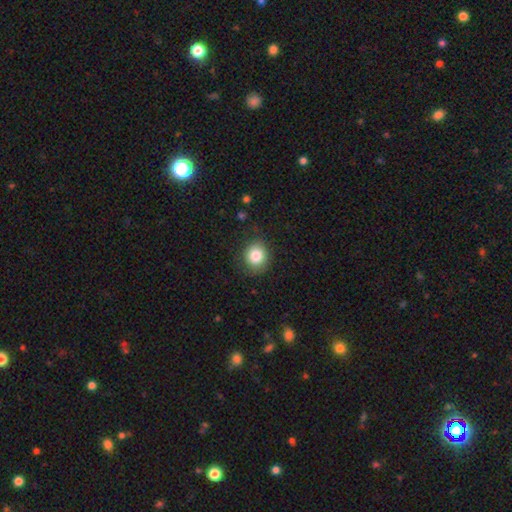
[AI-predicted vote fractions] smooth 83%, star or artifact 10%, featured or disk 7%. Down the decision tree: how rounded — round (78%); merging — none (82%).